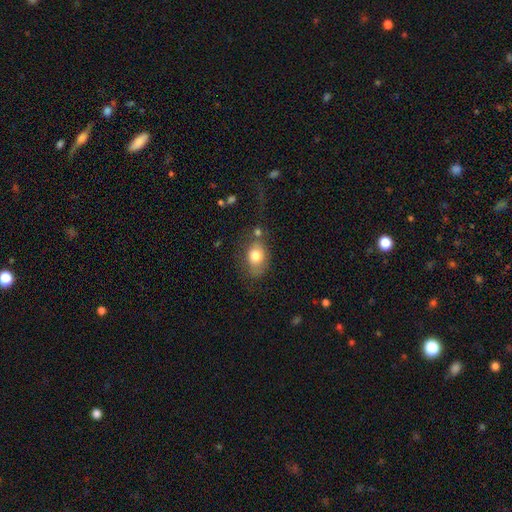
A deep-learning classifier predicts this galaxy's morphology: The model was most divided on "merging": none: 58%, minor disturbance: 22%, merger: 10%, major disturbance: 10%. More confident: smooth or featured — smooth (78%); how rounded — in between (71%).